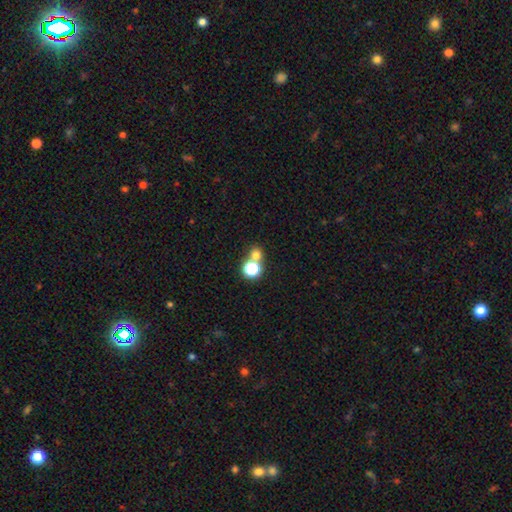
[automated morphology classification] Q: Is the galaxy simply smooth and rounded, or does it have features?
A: smooth — 68%.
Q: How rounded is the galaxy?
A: round — 84%.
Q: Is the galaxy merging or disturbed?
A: none — 59%.